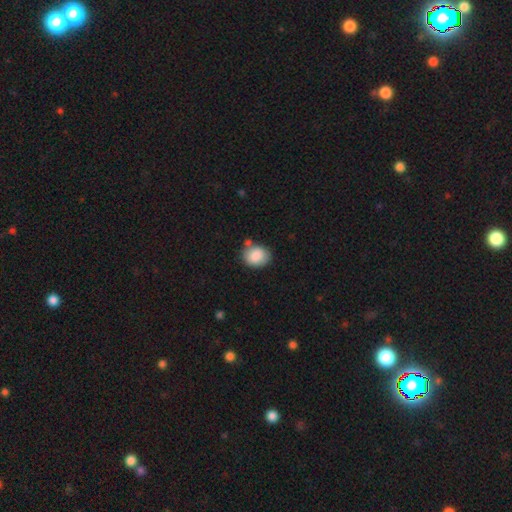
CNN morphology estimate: smooth 87%, star or artifact 7%, featured or disk 6%. Down the decision tree: how rounded — round (52%); merging — none (69%).